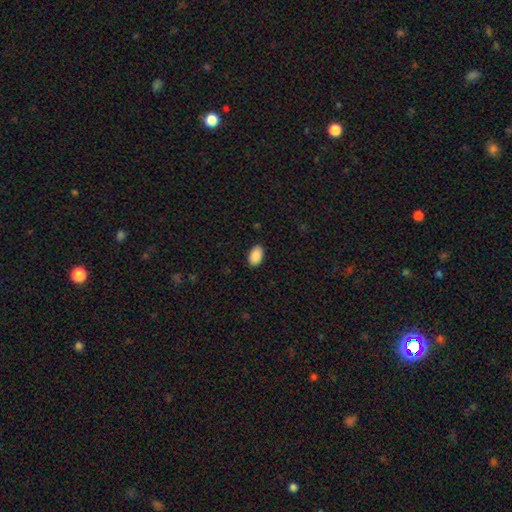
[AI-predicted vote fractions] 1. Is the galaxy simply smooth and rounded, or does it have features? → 90% smooth, 7% star or artifact, 3% featured or disk.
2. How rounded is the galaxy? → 93% in between, 6% round, 1% cigar-shaped.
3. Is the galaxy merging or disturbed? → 89% none, 8% minor disturbance, 2% major disturbance, 1% merger.